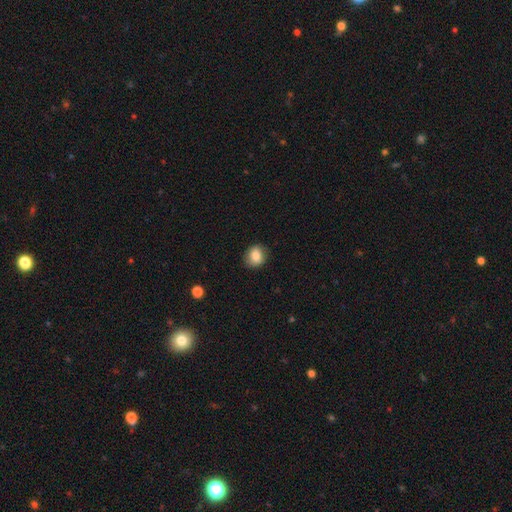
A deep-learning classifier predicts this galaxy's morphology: smooth 83%, star or artifact 9%, featured or disk 9%. Down the decision tree: how rounded — round (64%); merging — none (86%).